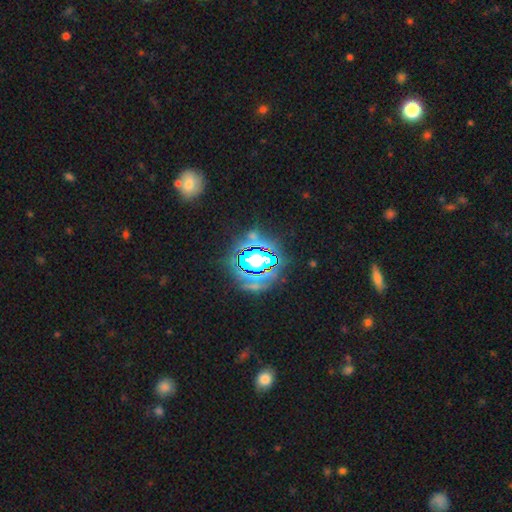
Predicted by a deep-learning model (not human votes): This is likely a star or artifact rather than a galaxy (77%).